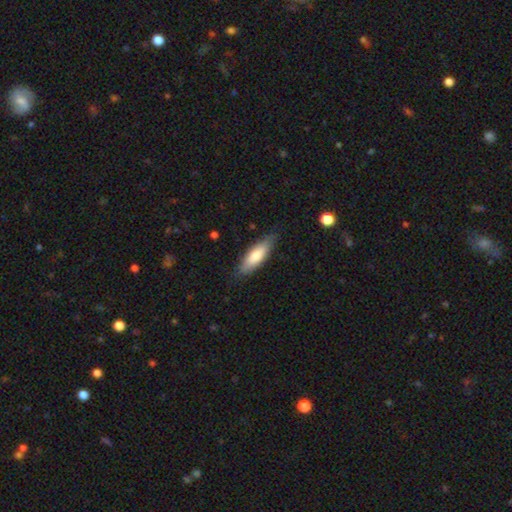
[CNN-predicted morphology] A smooth galaxy with no disk features (74%) that is in between round and cigar-shaped (52%).

Vote fractions:
- Smooth or featured? smooth: 74% / featured or disk: 21% / star or artifact: 5%
- How rounded? in between: 52% / cigar-shaped: 47% / round: 2%
- Merging? none: 80% / minor disturbance: 16% / major disturbance: 3% / merger: 1%